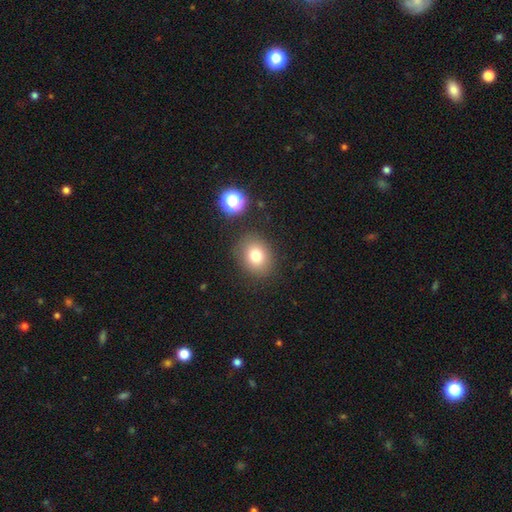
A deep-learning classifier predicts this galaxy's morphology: This is likely a smooth galaxy (78%). How rounded: possibly round (57%). Merging: clearly none (84%).